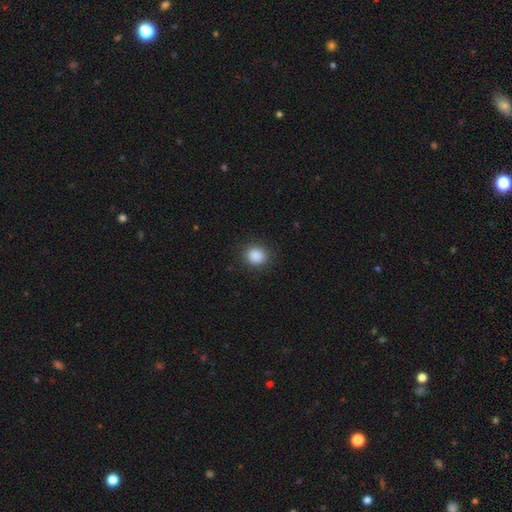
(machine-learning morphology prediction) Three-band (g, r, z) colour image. It shows a smooth galaxy with no disk features (88%) that is round (74%). Merging: none (88%).